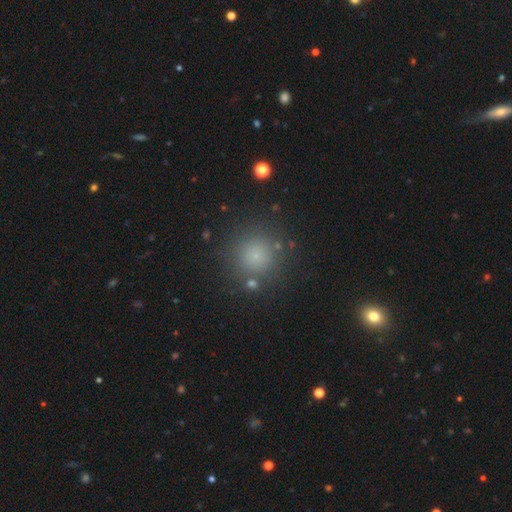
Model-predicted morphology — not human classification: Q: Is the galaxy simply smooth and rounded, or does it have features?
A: smooth — 74%.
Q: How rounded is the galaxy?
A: round — 95%.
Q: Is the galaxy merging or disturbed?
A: none — 85%.